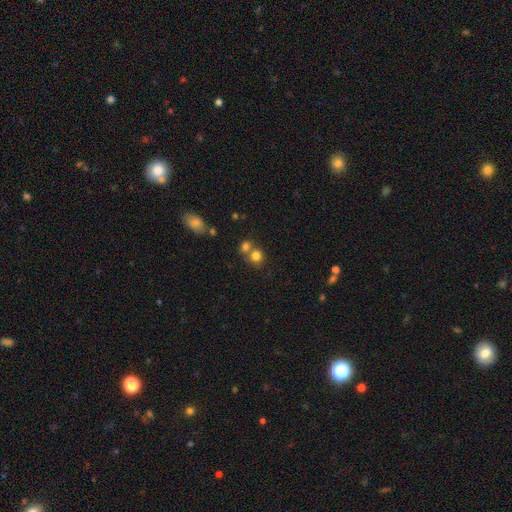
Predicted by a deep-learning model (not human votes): Smooth or featured? smooth (78%)
How rounded? round (80%)
Merging? none (48%)